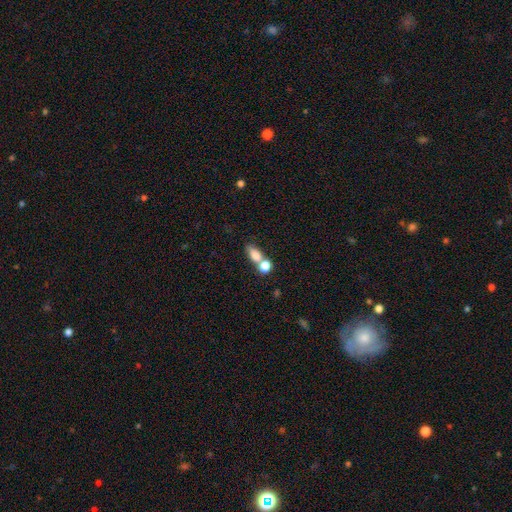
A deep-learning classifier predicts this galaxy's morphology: Q: Smooth or featured?
A: smooth (78%); runner-up: featured or disk (12%)
Q: How rounded?
A: in between (70%); runner-up: round (22%)
Q: Merging?
A: merger (50%); runner-up: none (34%)